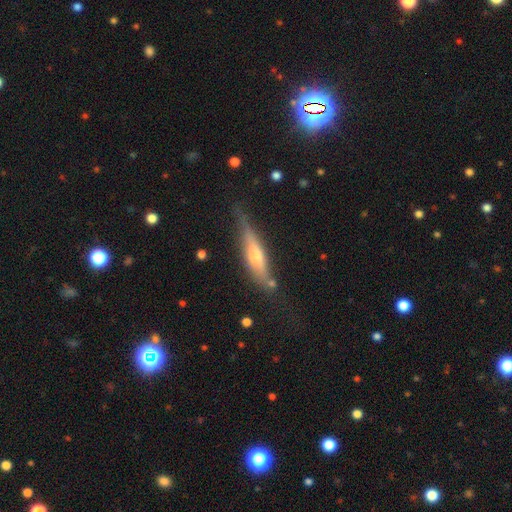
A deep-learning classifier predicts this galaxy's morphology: Q: Smooth or featured?
A: featured or disk (53%); runner-up: smooth (40%)
Q: Edge-on disk?
A: yes (90%); runner-up: no (10%)
Q: Merging?
A: none (67%); runner-up: minor disturbance (22%)